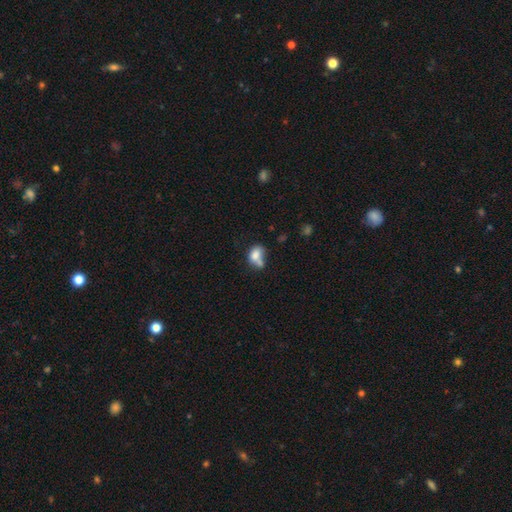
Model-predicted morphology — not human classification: This appears to be a smooth galaxy with no disk features (75%) that is in between round and cigar-shaped (71%). Merging: merger (46%).